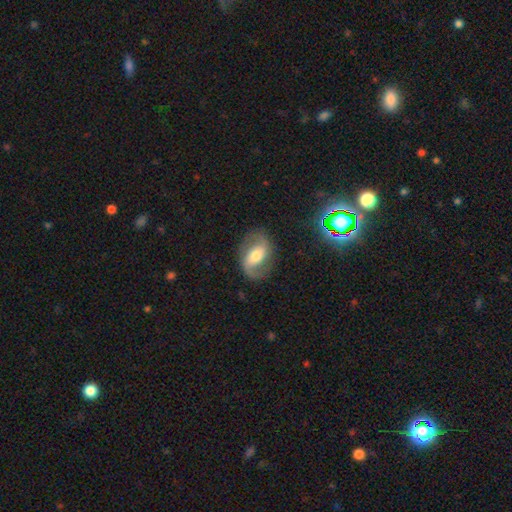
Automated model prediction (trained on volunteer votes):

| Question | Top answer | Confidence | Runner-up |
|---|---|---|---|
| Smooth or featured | featured or disk | 78% | smooth (15%) |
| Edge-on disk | no | 97% | yes (3%) |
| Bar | weak | 40% | strong (31%) |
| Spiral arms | yes | 92% | no (8%) |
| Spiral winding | medium | 44% | loose (40%) |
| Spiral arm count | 2 | 90% | can't tell (4%) |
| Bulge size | moderate | 61% | small (22%) |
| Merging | none | 79% | minor disturbance (13%) |